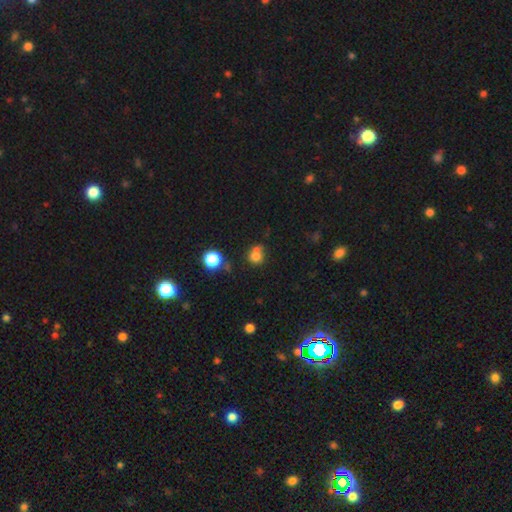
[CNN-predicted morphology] smooth_or_featured: smooth (p=0.74) [alt: star or artifact p=0.15]
how_rounded: round (p=0.79) [alt: in between p=0.19]
merging: none (p=0.43) [alt: merger p=0.36]